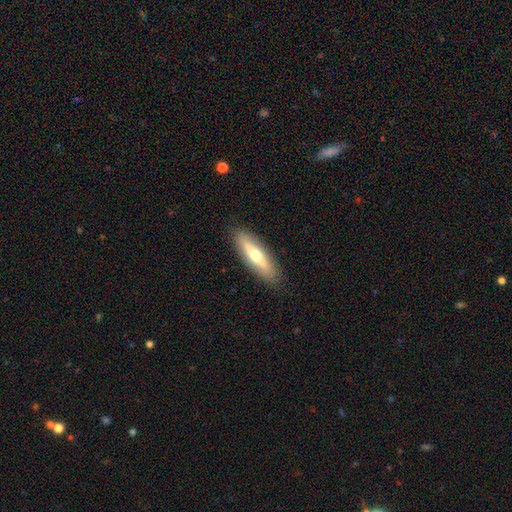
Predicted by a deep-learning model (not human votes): Smooth or featured? Predicted: smooth (p=0.53). How rounded? Predicted: cigar-shaped (p=0.61). Merging? Predicted: none (p=0.88).